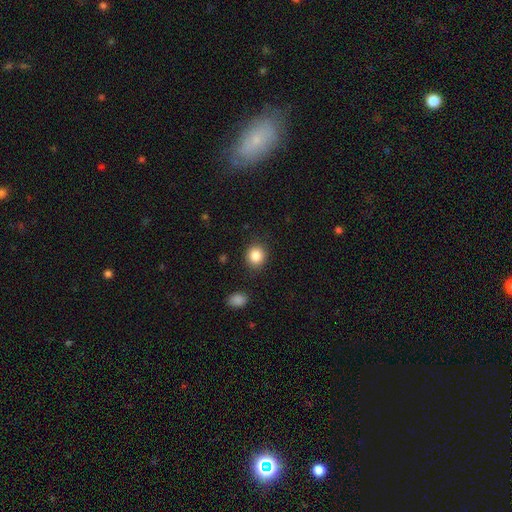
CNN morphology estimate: Overall: smooth (85%). How rounded: round (79%). Merging: none (87%).